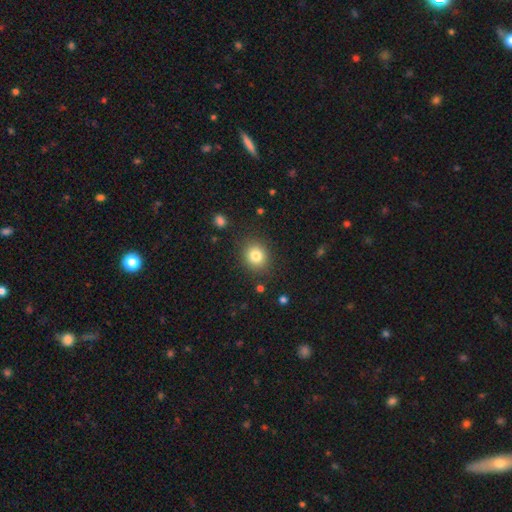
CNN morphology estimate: smooth 81%, star or artifact 11%, featured or disk 8%. Down the decision tree: how rounded — round (79%); merging — none (87%).